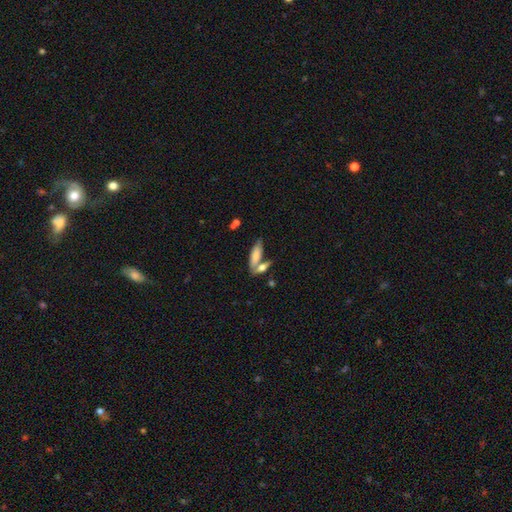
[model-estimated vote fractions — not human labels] A smooth galaxy with no disk features (76%) that is in between round and cigar-shaped (59%). Merging: none (48%).